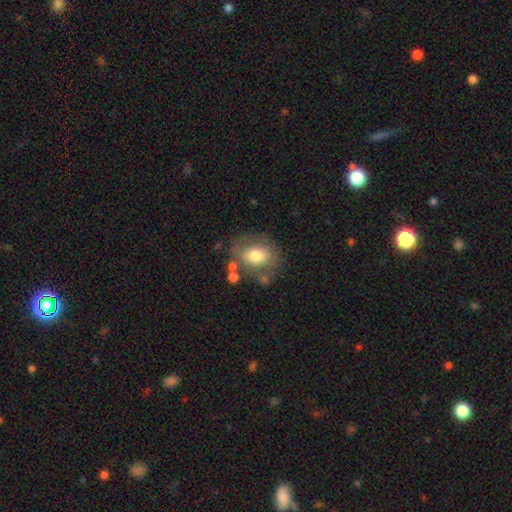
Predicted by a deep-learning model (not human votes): smooth-or-featured: smooth: 67% | featured or disk: 24% | star or artifact: 9%
  how-rounded: in between: 51% | round: 48% | cigar-shaped: 1%
  merging: none: 67% | minor disturbance: 17% | merger: 8% | major disturbance: 8%